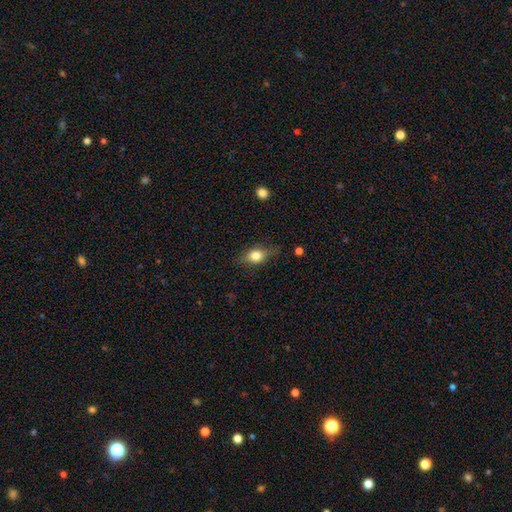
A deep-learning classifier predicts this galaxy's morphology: A smooth galaxy with no disk features (71%) that is in between round and cigar-shaped (67%). Merging: none (69%).